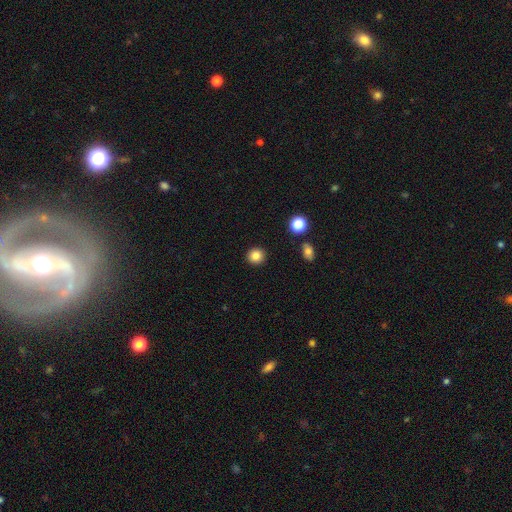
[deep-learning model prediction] Smooth or featured: smooth — 84% (star or artifact — 10%)
How rounded: round — 92% (in between — 7%)
Merging: none — 92% (minor disturbance — 5%)